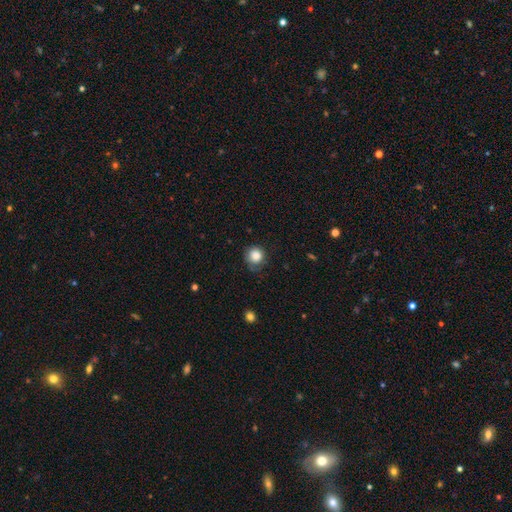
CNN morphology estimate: type=smooth (84%); roundness=round (88%); merging=none (64%).